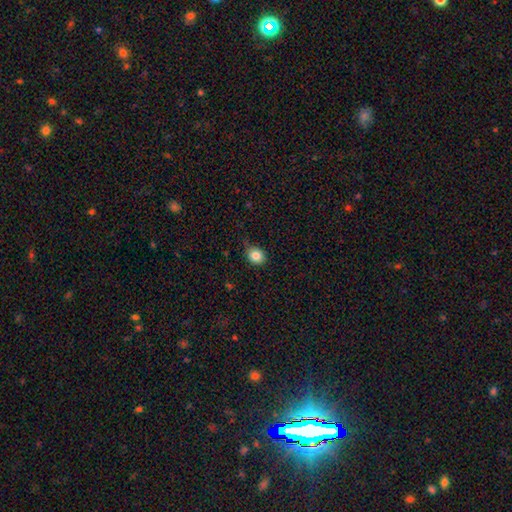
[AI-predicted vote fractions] Smooth or featured? smooth (84%)
How rounded? round (68%)
Merging? none (72%)